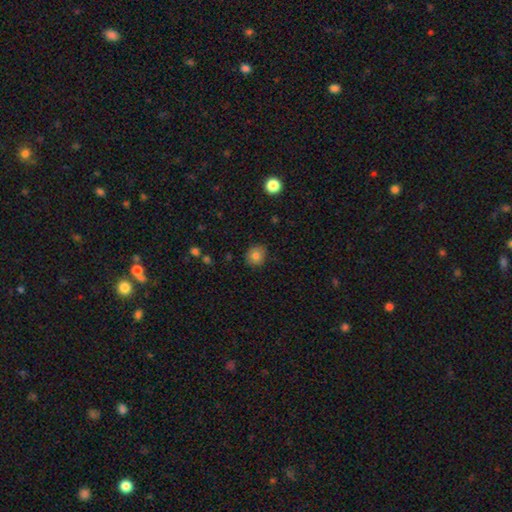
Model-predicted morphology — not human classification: Q: Smooth or featured?
A: smooth (82%); runner-up: star or artifact (10%)
Q: How rounded?
A: round (73%); runner-up: in between (26%)
Q: Merging?
A: none (84%); runner-up: minor disturbance (13%)